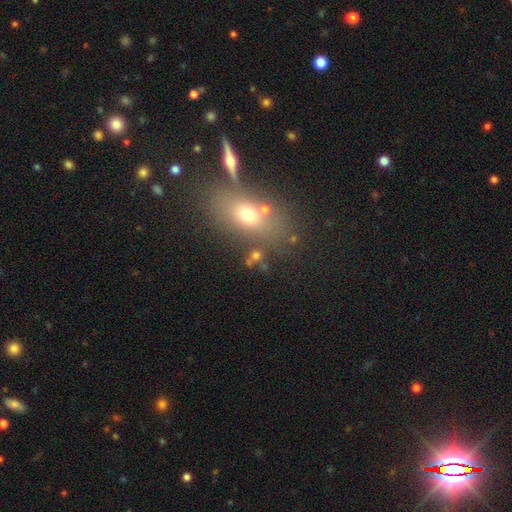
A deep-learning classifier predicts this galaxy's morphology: smooth-or-featured: smooth: 66% | star or artifact: 21% | featured or disk: 14%
  how-rounded: in between: 51% | round: 43% | cigar-shaped: 6%
  merging: none: 66% | merger: 16% | minor disturbance: 12% | major disturbance: 7%